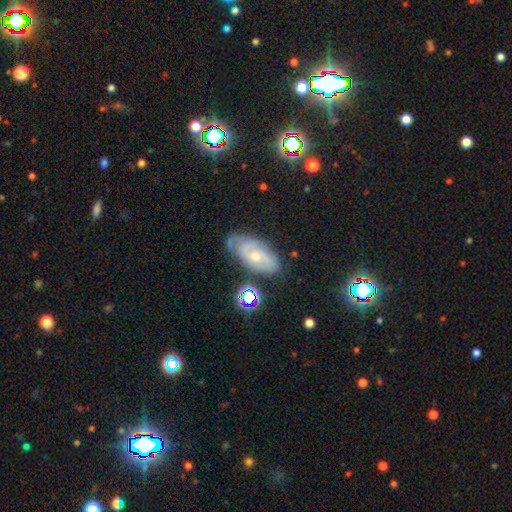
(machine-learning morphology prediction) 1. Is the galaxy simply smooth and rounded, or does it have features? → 63% featured or disk, 25% smooth, 11% star or artifact.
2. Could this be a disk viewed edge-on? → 92% no, 8% yes.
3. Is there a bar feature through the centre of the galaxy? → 62% no, 32% weak, 5% strong.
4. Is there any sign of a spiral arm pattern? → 84% yes, 16% no.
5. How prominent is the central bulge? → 51% small, 43% moderate, 3% none, 2% large, 1% dominant.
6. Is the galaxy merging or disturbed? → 59% none, 28% minor disturbance, 9% major disturbance, 4% merger.